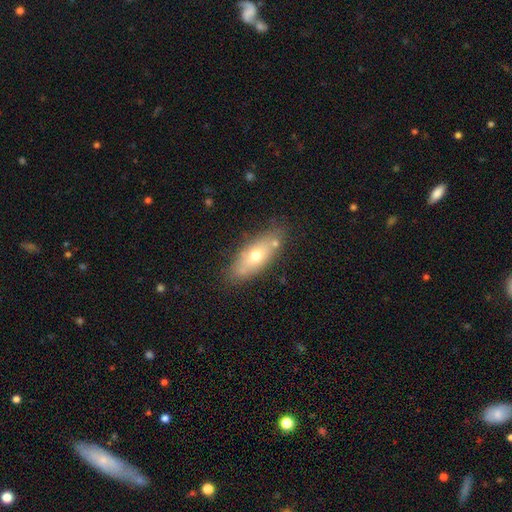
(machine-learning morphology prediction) Smooth or featured? Predicted: smooth (p=0.62). How rounded? Predicted: in between (p=0.75). Merging? Predicted: none (p=0.73).